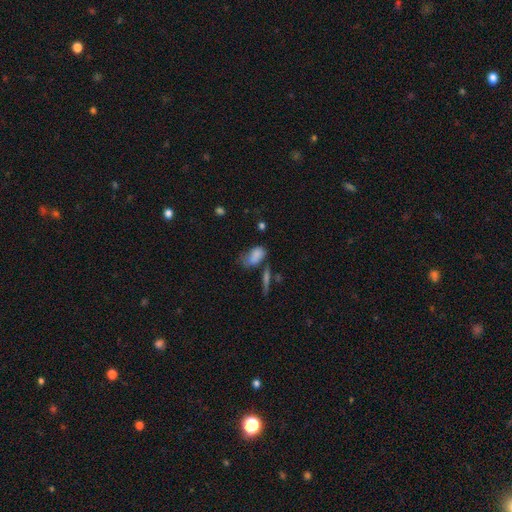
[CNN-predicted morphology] smooth 75%, featured or disk 15%, star or artifact 10%. Down the decision tree: how rounded — in between (86%); merging — none (36%).